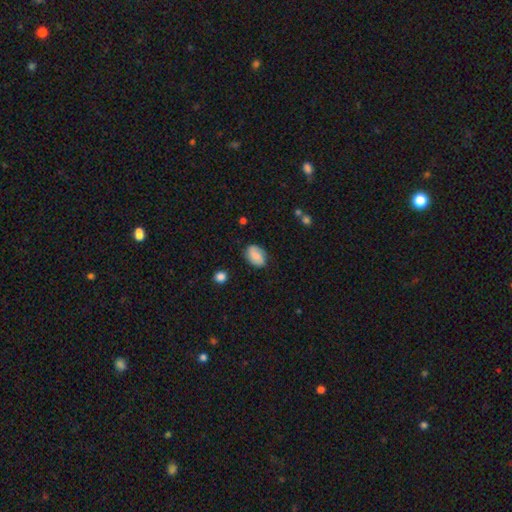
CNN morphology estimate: Q: Smooth or featured?
A: smooth (71%); runner-up: featured or disk (20%)
Q: How rounded?
A: in between (83%); runner-up: round (16%)
Q: Merging?
A: none (78%); runner-up: minor disturbance (16%)